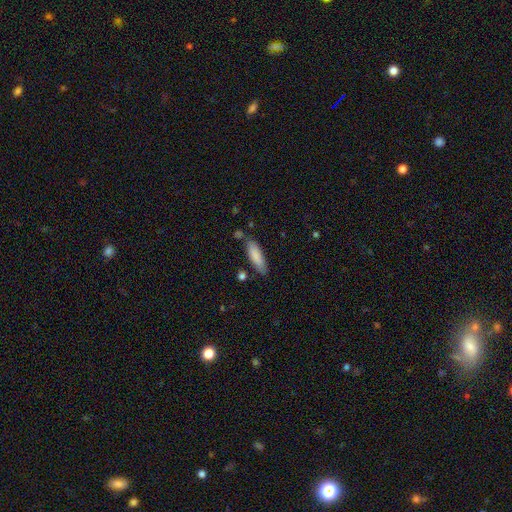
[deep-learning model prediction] smooth 84%, featured or disk 10%, star or artifact 6%. Down the decision tree: how rounded — cigar-shaped (57%); merging — none (77%).